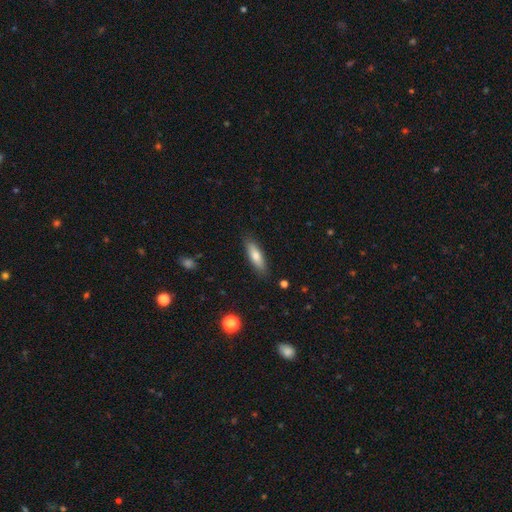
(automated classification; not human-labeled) Smooth or featured? Predicted: smooth (p=0.74). How rounded? Predicted: cigar-shaped (p=0.54). Merging? Predicted: none (p=0.87).